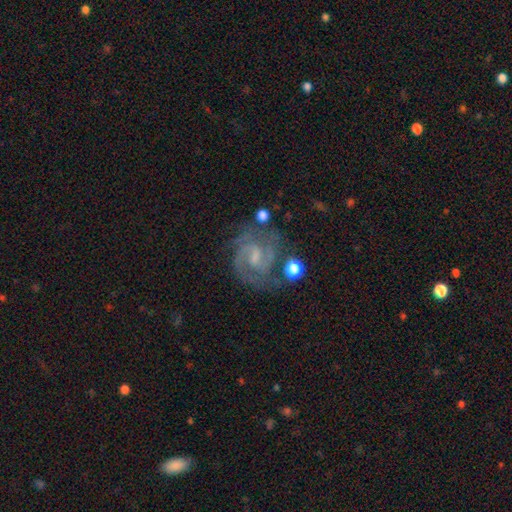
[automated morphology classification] This appears to be a featured or disk galaxy (85%) with a weak bar (58%), 2 (65%) medium (48%) spiral arms (97%) and a small central bulge (49%). Merging: none (67%).